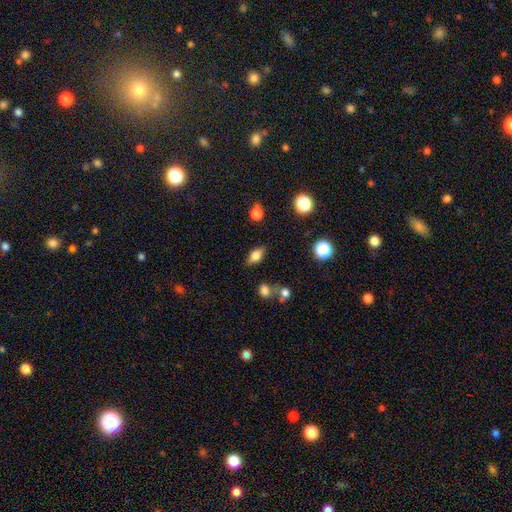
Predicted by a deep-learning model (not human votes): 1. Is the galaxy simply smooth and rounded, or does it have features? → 68% smooth, 22% featured or disk, 10% star or artifact.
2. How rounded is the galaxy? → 79% in between, 12% round, 9% cigar-shaped.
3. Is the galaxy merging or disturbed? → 79% none, 14% minor disturbance, 4% major disturbance, 3% merger.